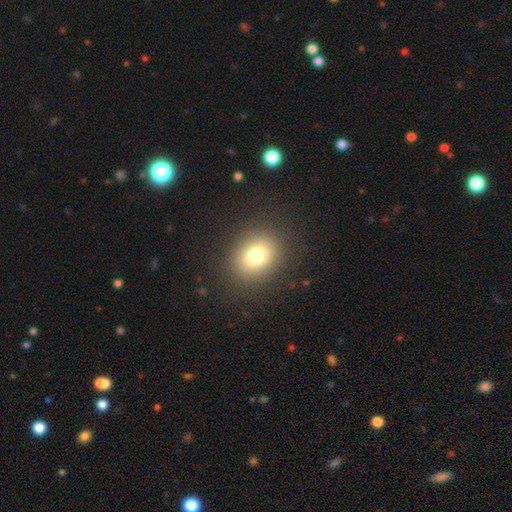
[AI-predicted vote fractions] A smooth galaxy with no disk features (77%) that is round (53%). Merging: none (87%).